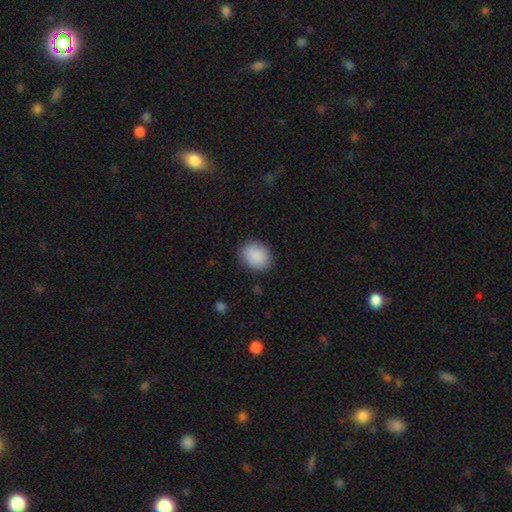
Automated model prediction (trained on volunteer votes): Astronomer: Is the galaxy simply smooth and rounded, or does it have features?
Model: smooth — 89%.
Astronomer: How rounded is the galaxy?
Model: round — 51% (runner-up: in between, 48%).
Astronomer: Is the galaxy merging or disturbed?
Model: none — 87%.